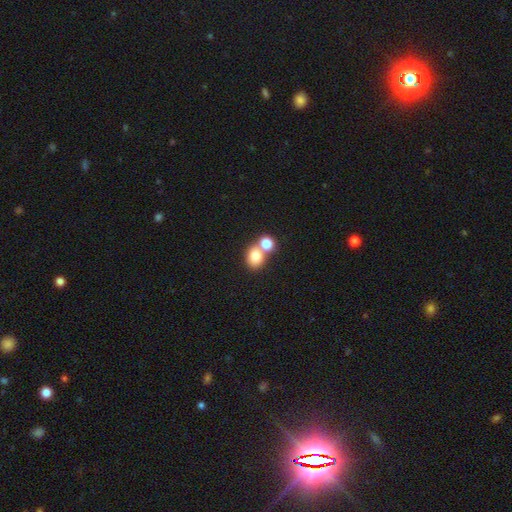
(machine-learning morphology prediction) smooth-or-featured: smooth: 79% | star or artifact: 11% | featured or disk: 10%
  how-rounded: round: 61% | in between: 38% | cigar-shaped: 1%
  merging: merger: 48% | none: 42% | minor disturbance: 7% | major disturbance: 3%